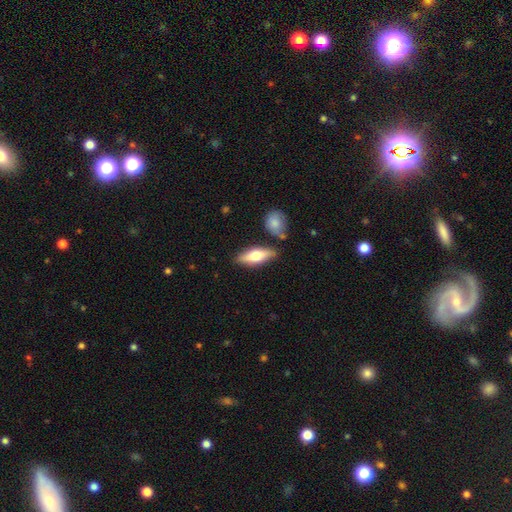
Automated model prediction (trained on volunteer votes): smooth-or-featured: smooth: 54% | featured or disk: 40% | star or artifact: 6%
  how-rounded: in between: 57% | cigar-shaped: 40% | round: 3%
  merging: none: 79% | minor disturbance: 12% | merger: 6% | major disturbance: 3%